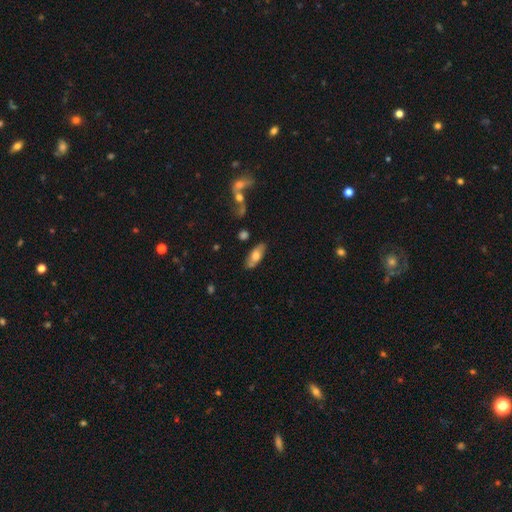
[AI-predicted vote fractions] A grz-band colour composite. It shows a smooth galaxy with no disk features (62%) that is in between round and cigar-shaped (80%). Merging: none (81%).